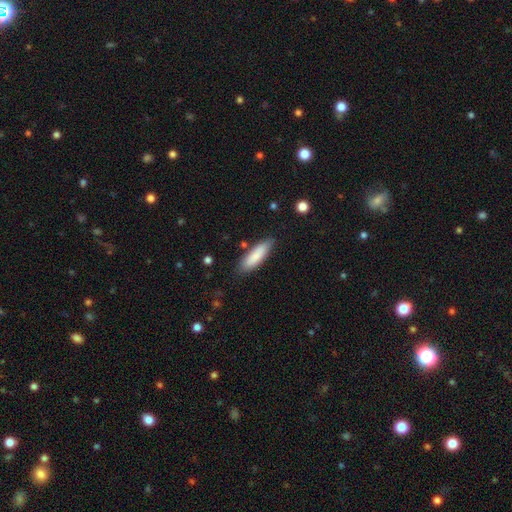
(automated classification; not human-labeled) A smooth galaxy with no disk features (84%) that is cigar-shaped (56%).

Vote fractions:
- Smooth or featured? smooth: 84% / featured or disk: 10% / star or artifact: 6%
- How rounded? cigar-shaped: 56% / in between: 43% / round: 1%
- Merging? none: 82% / minor disturbance: 13% / major disturbance: 3% / merger: 2%